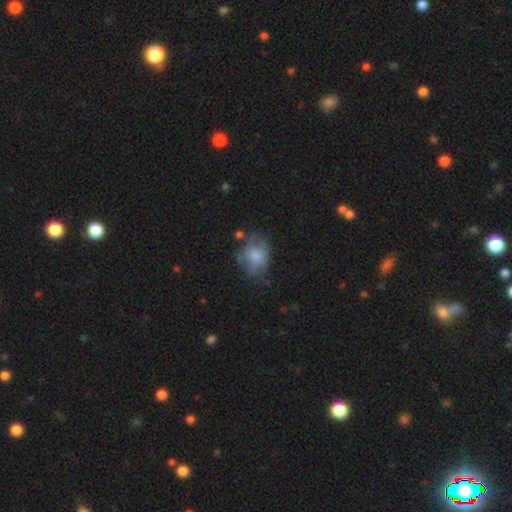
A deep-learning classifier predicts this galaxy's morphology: This appears to be a smooth galaxy with no disk features (55%) that is in between round and cigar-shaped (60%). Merging: none (42%).